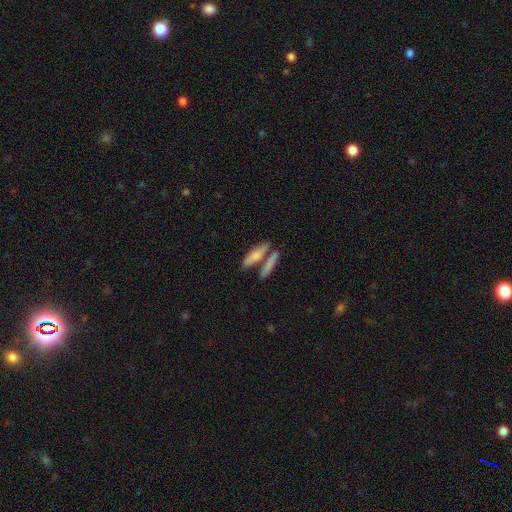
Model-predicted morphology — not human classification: The model was most divided on "merging": none: 53%, merger: 31%, minor disturbance: 11%, major disturbance: 5%. More confident: smooth or featured — smooth (70%); how rounded — cigar-shaped (69%).